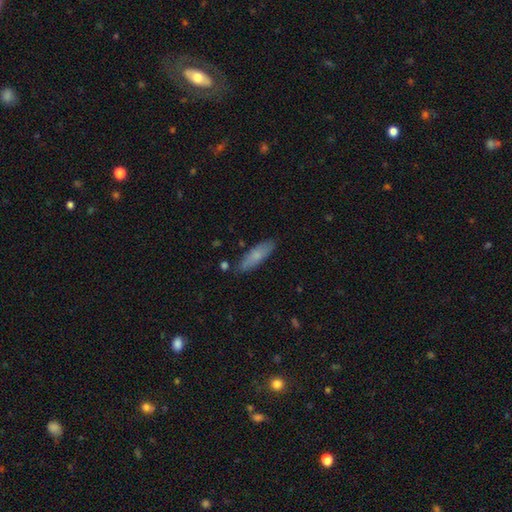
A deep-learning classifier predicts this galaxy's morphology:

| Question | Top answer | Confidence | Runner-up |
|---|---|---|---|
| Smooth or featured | smooth | 73% | featured or disk (21%) |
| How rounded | cigar-shaped | 60% | in between (38%) |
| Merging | none | 82% | minor disturbance (13%) |